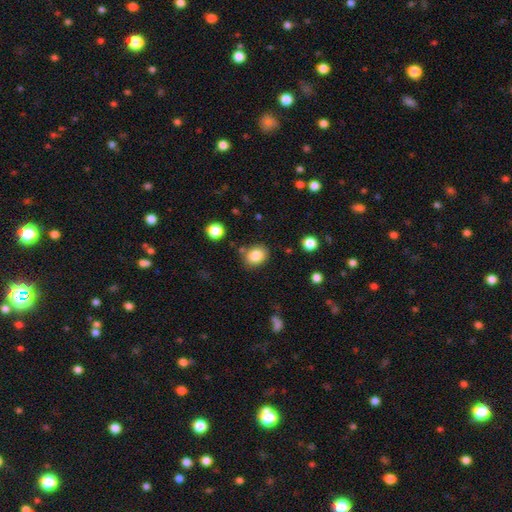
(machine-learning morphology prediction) The model was most divided on "how rounded": round: 53%, in between: 47%, cigar-shaped: 1%. More confident: smooth or featured — smooth (84%); merging — none (80%).